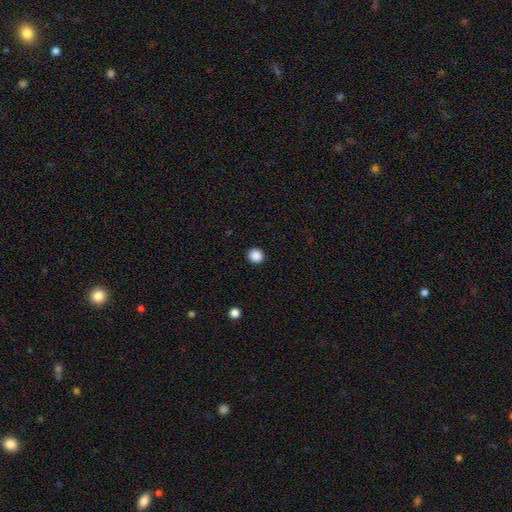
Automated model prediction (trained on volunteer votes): smooth-or-featured: smooth: 88% | star or artifact: 10% | featured or disk: 2%
  how-rounded: round: 93% | in between: 6% | cigar-shaped: 1%
  merging: none: 93% | minor disturbance: 5% | major disturbance: 2% | merger: 1%